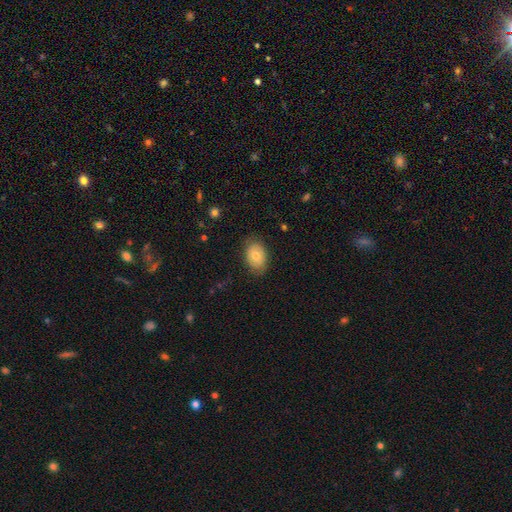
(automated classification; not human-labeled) Smooth or featured?
  - smooth: 70% *
  - featured or disk: 23%
  - star or artifact: 7%
How rounded?
  - in between: 79% *
  - round: 20%
  - cigar-shaped: 1%
Merging?
  - none: 78% *
  - minor disturbance: 17%
  - major disturbance: 5%
  - merger: 1%